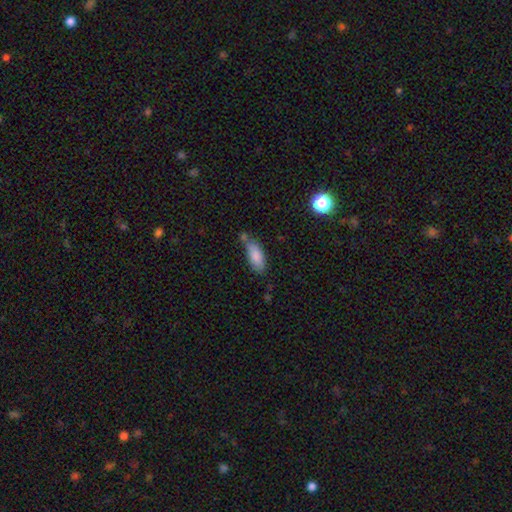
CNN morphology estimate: smooth_or_featured: smooth (p=0.84) [alt: featured or disk p=0.09]
how_rounded: in between (p=0.75) [alt: cigar-shaped p=0.23]
merging: none (p=0.54) [alt: minor disturbance p=0.25]